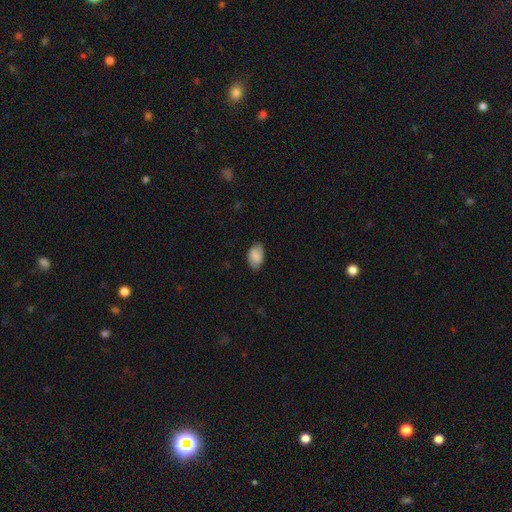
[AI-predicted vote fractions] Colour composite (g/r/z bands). It shows a smooth galaxy with no disk features (86%) that is in between round and cigar-shaped (92%). Merging: none (78%).